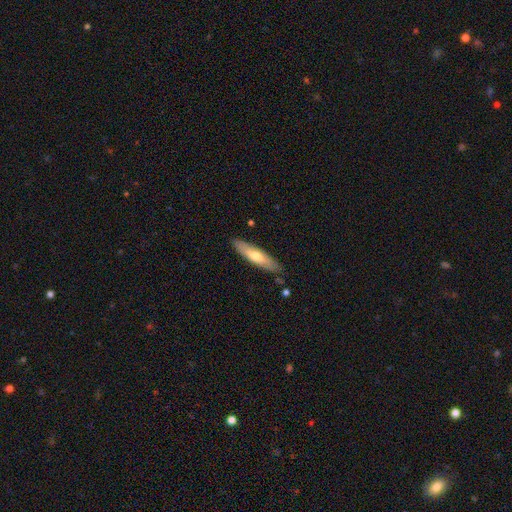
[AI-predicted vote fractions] Smooth or featured? Predicted: smooth (p=0.59). How rounded? Predicted: cigar-shaped (p=0.74). Merging? Predicted: none (p=0.84).